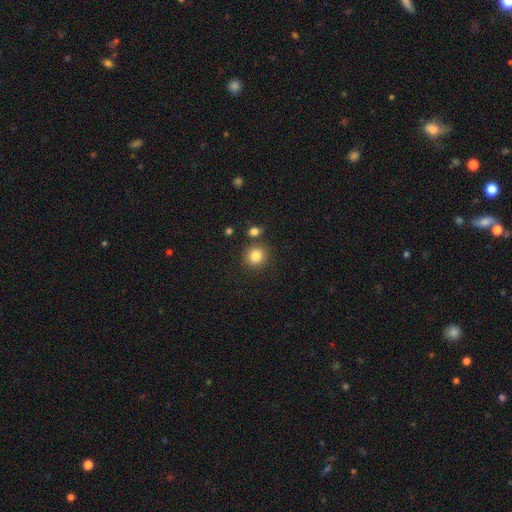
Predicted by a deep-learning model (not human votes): The model was most divided on "merging": none: 81%, minor disturbance: 9%, merger: 8%, major disturbance: 3%. More confident: how rounded — round (88%); smooth or featured — smooth (85%).